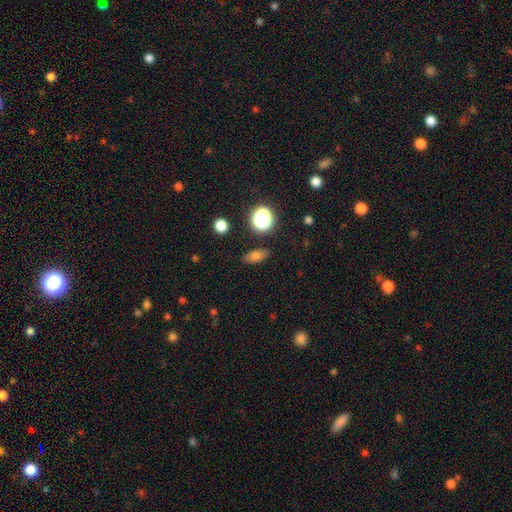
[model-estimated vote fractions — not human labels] A smooth galaxy with no disk features (72%) that is in between round and cigar-shaped (73%).

Vote fractions:
- Smooth or featured? smooth: 72% / star or artifact: 16% / featured or disk: 11%
- How rounded? in between: 73% / round: 15% / cigar-shaped: 12%
- Merging? none: 86% / minor disturbance: 10% / major disturbance: 3% / merger: 2%